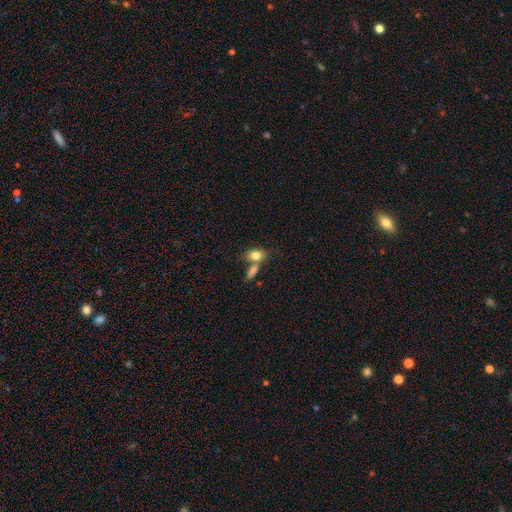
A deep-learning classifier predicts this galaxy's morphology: Smooth or featured: smooth — 80% (featured or disk — 11%)
How rounded: in between — 72% (round — 23%)
Merging: none — 43% (merger — 40%)